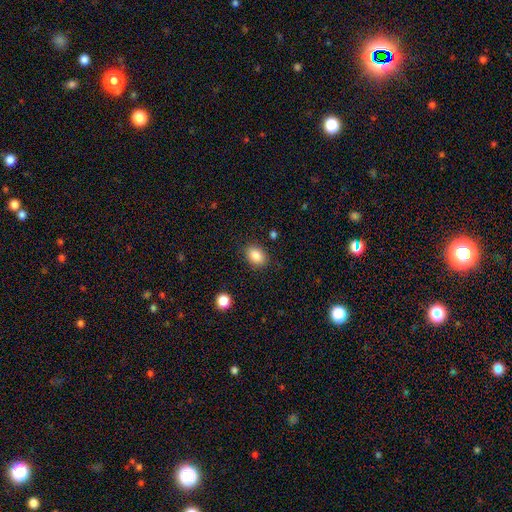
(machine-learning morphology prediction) smooth_or_featured: smooth (p=0.86) [alt: star or artifact p=0.09]
how_rounded: in between (p=0.69) [alt: round p=0.30]
merging: none (p=0.86) [alt: minor disturbance p=0.10]